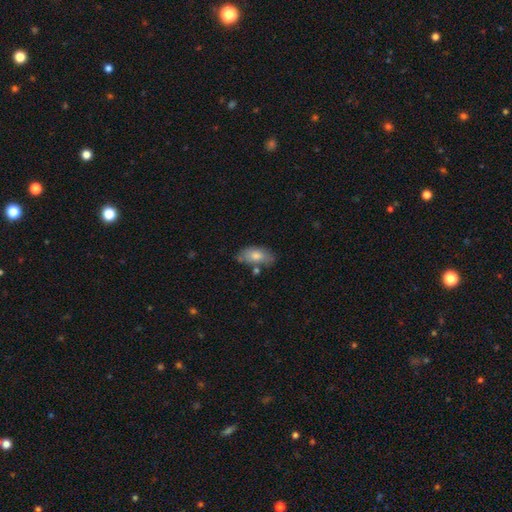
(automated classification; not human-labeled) This is likely a smooth galaxy (73%). How rounded: clearly in between (90%). Merging: likely none (64%).